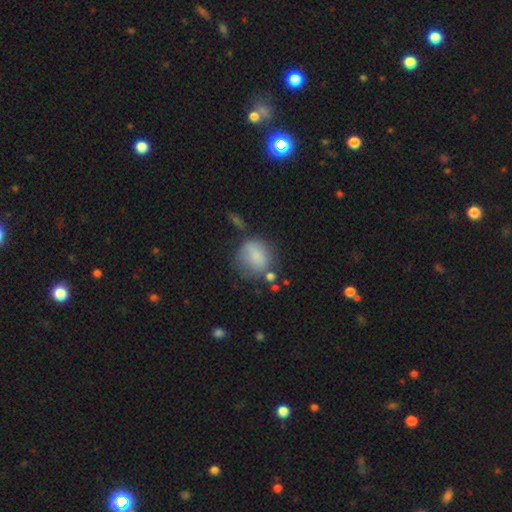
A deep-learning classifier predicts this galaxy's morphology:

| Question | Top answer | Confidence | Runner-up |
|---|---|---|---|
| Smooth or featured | smooth | 75% | featured or disk (15%) |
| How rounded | round | 60% | in between (39%) |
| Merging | none | 45% | minor disturbance (28%) |